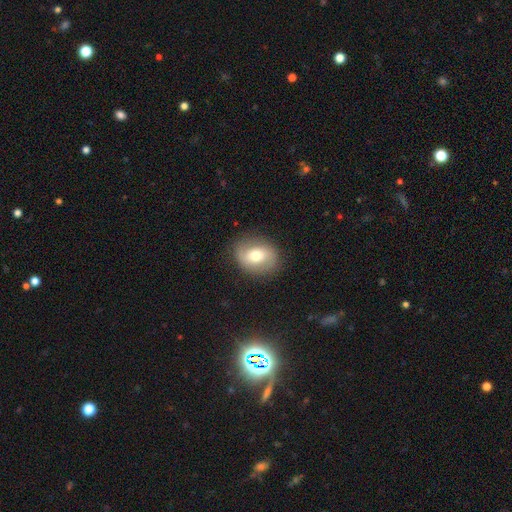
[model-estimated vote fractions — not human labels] smooth-or-featured: smooth: 53% | featured or disk: 39% | star or artifact: 8%
  how-rounded: round: 51% | in between: 48% | cigar-shaped: 1%
  merging: none: 81% | minor disturbance: 13% | major disturbance: 5% | merger: 1%